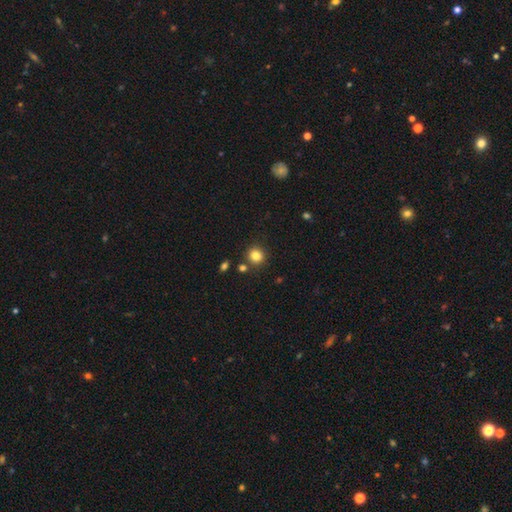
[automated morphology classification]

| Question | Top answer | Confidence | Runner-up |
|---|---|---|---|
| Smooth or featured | smooth | 83% | star or artifact (11%) |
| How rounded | round | 89% | in between (10%) |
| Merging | none | 84% | minor disturbance (7%) |